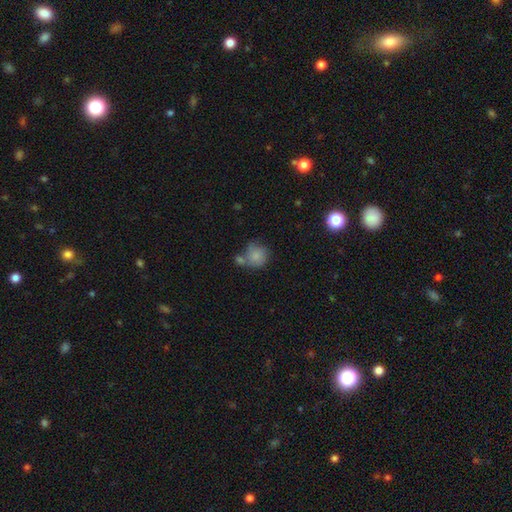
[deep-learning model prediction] Smooth or featured? smooth (81%)
How rounded? round (83%)
Merging? none (42%)